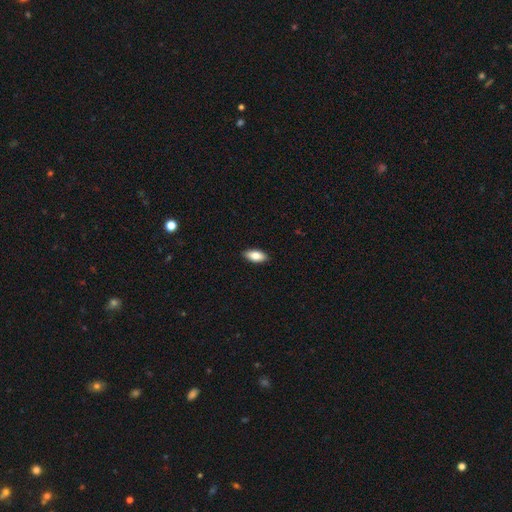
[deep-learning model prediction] This is clearly a smooth galaxy (84%). How rounded: clearly in between (89%). Merging: clearly none (90%).